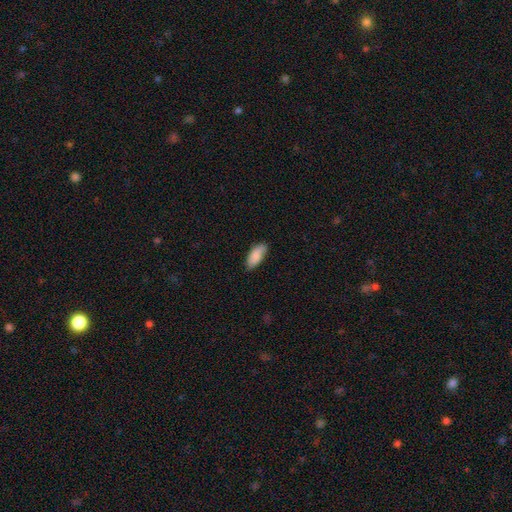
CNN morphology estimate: smooth-or-featured: smooth: 87% | featured or disk: 7% | star or artifact: 6%
  how-rounded: in between: 83% | cigar-shaped: 15% | round: 2%
  merging: none: 78% | minor disturbance: 18% | major disturbance: 3% | merger: 1%